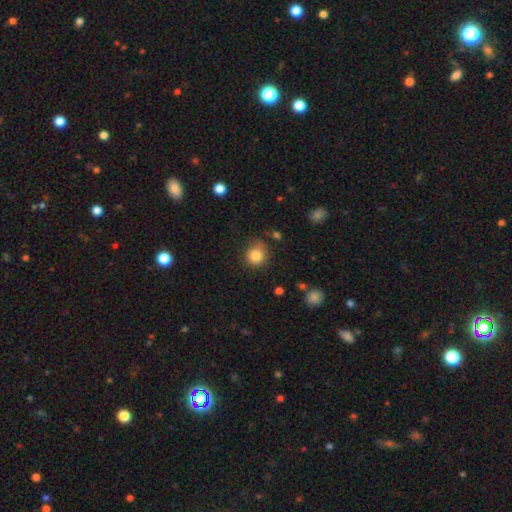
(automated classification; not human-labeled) smooth 83%, star or artifact 10%, featured or disk 6%. Down the decision tree: how rounded — round (87%); merging — none (70%).